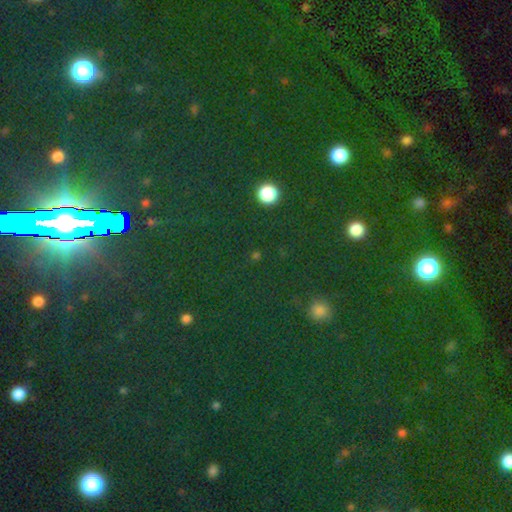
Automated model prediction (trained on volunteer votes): Morphology: type=star or artifact (67%).